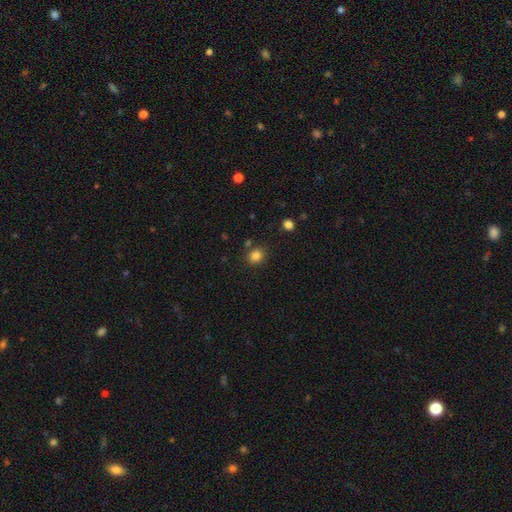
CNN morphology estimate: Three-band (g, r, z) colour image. It shows a smooth galaxy with no disk features (83%) that is round (74%). Merging: none (81%).